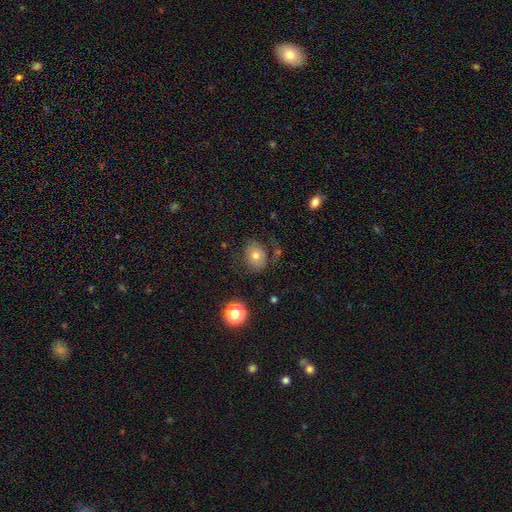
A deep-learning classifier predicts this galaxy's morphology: This appears to be a smooth galaxy with no disk features (63%) that is round (55%). Merging: none (64%).